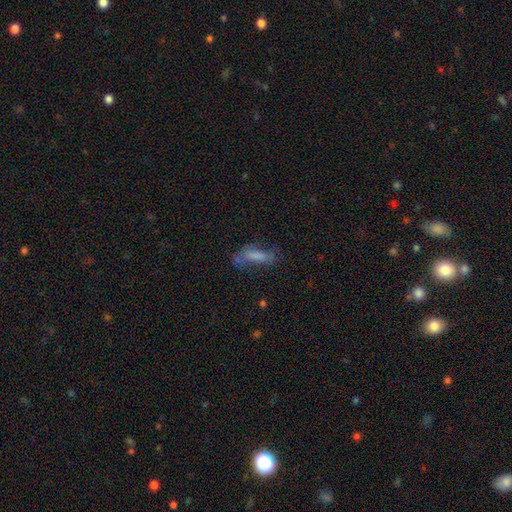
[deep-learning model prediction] A smooth galaxy with no disk features (60%) that is in between round and cigar-shaped (51%). Merging: none (46%).